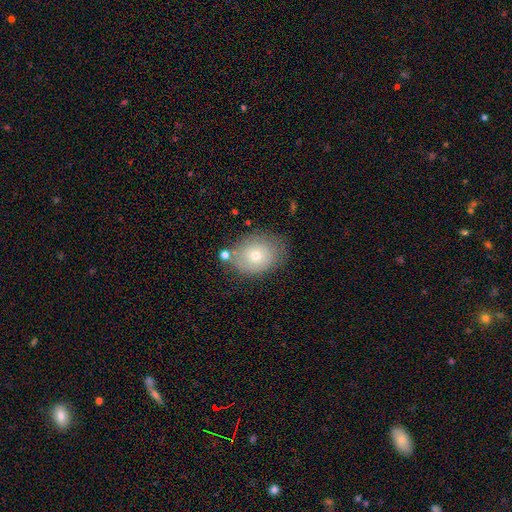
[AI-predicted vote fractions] Smooth or featured? Predicted: smooth (p=0.68). How rounded? Predicted: in between (p=0.57). Merging? Predicted: none (p=0.68).